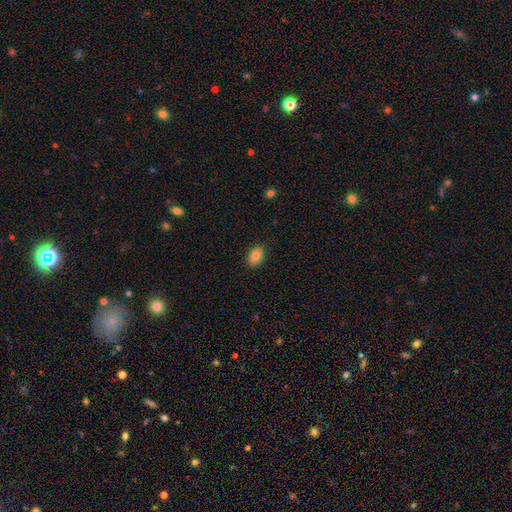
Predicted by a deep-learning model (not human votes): Morphology: type=smooth (85%); roundness=in between (88%); merging=none (88%).